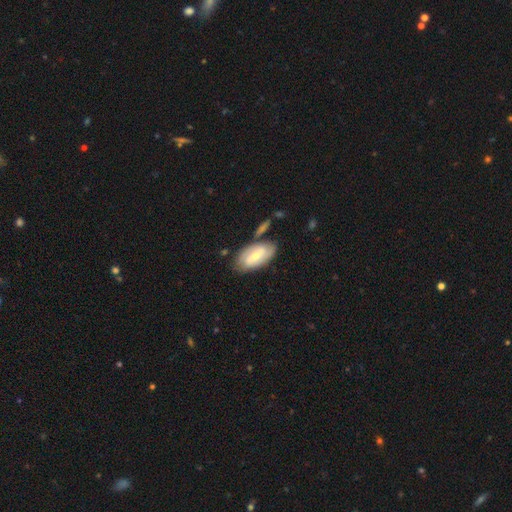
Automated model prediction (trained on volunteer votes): The model was most divided on "bulge size": small: 52%, moderate: 44%, large: 2%, none: 1%, dominant: 1%. Remaining: edge-on disk — no (92%); spiral arms — yes (78%); merging — none (70%); smooth or featured — featured or disk (58%); bar — weak (45%).